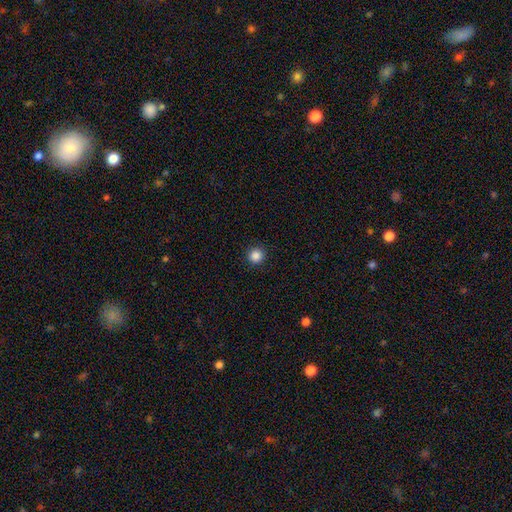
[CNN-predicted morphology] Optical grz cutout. It shows a smooth galaxy with no disk features (87%) that is round (94%). Merging: none (92%).